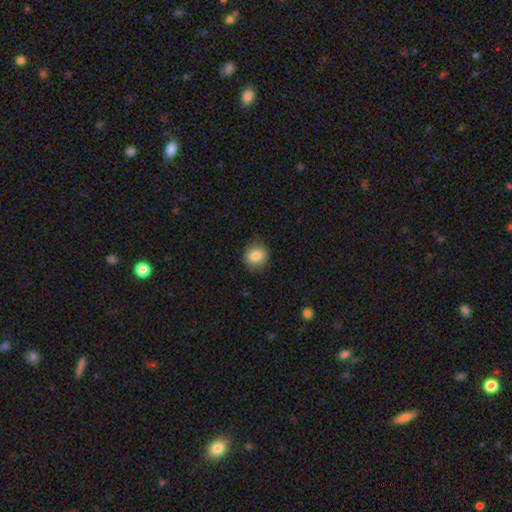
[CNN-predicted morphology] Q: Smooth or featured?
A: smooth (84%); runner-up: star or artifact (9%)
Q: How rounded?
A: round (80%); runner-up: in between (19%)
Q: Merging?
A: none (87%); runner-up: minor disturbance (9%)